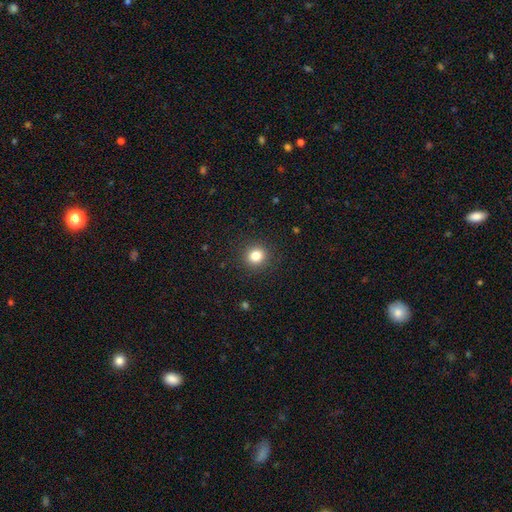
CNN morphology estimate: smooth_or_featured: smooth (p=0.83) [alt: star or artifact p=0.12]
how_rounded: round (p=0.88) [alt: in between p=0.11]
merging: none (p=0.90) [alt: minor disturbance p=0.06]